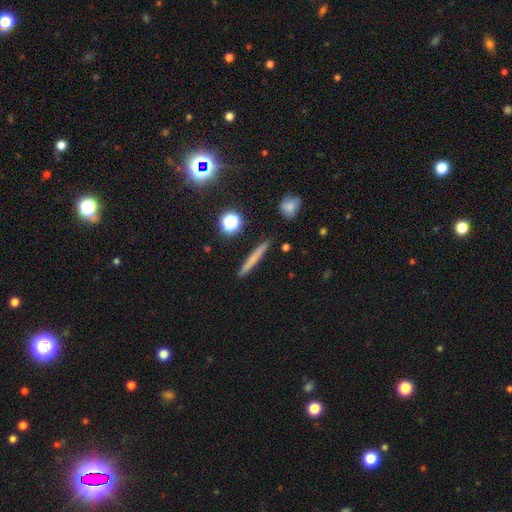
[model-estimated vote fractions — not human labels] Q: Smooth or featured?
A: smooth (62%); runner-up: featured or disk (27%)
Q: How rounded?
A: cigar-shaped (93%); runner-up: round (3%)
Q: Merging?
A: none (89%); runner-up: minor disturbance (7%)